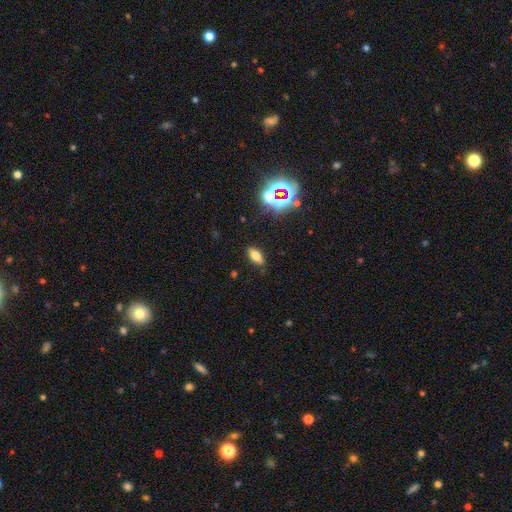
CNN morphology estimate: smooth-or-featured: smooth: 64% | featured or disk: 19% | star or artifact: 17%
  how-rounded: in between: 80% | cigar-shaped: 15% | round: 6%
  merging: none: 84% | minor disturbance: 11% | major disturbance: 3% | merger: 2%